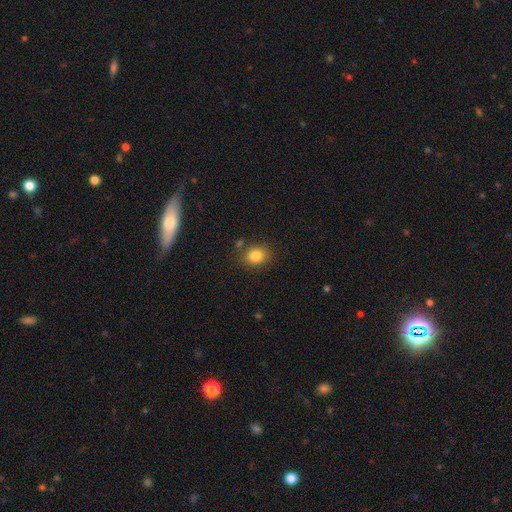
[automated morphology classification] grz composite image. It shows a smooth galaxy with no disk features (83%) that is in between round and cigar-shaped (52%). Merging: none (78%).